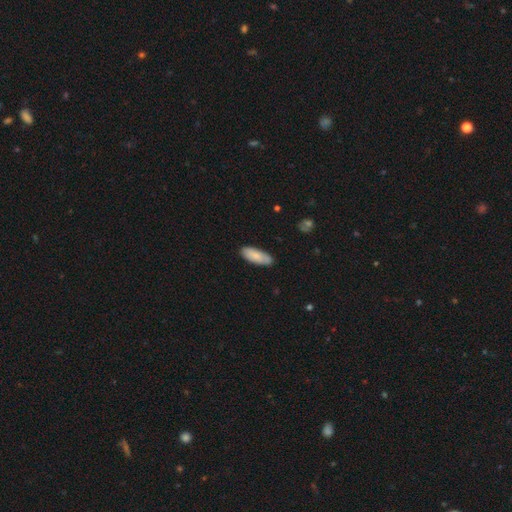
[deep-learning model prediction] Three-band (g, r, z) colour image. It shows a smooth galaxy with no disk features (81%) that is in between round and cigar-shaped (72%). Merging: none (86%).